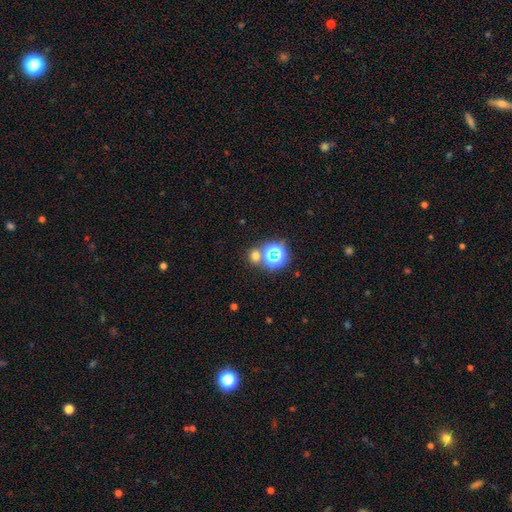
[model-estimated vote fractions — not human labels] Smooth or featured? Predicted: smooth (p=0.58). How rounded? Predicted: round (p=0.81). Merging? Predicted: none (p=0.69).